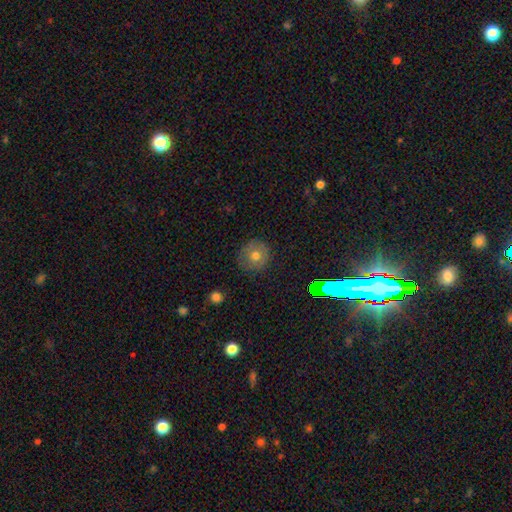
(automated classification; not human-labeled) The model was most divided on "smooth or featured": smooth: 68%, featured or disk: 18%, star or artifact: 13%. More confident: how rounded — round (93%); merging — none (84%).